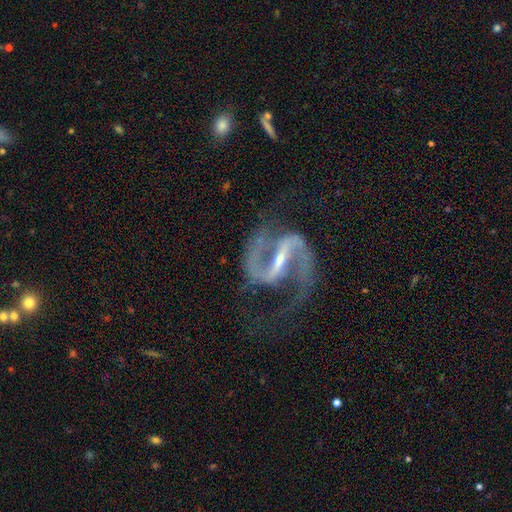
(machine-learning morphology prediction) This is clearly a featured or disk galaxy (94%). It is clearly not viewed edge-on (97%). Bar: likely strong (73%). Spiral arm pattern: clearly yes (98%). Spiral arm count: clearly 2 (94%). Spiral winding: likely medium (60%). Central bulge: likely small (66%). Merging: likely none (72%).